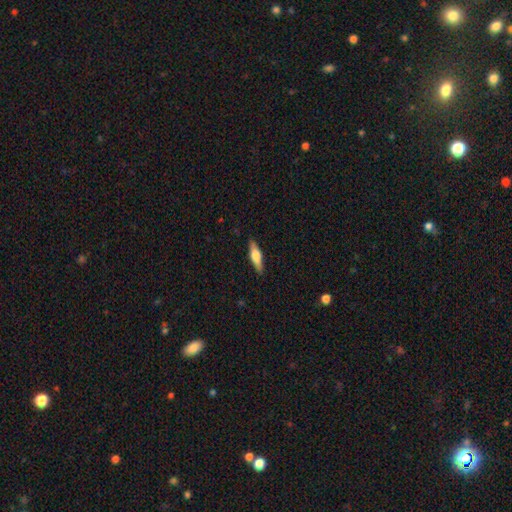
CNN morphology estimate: This appears to be a featured or disk galaxy (48%). Merging: none (88%).